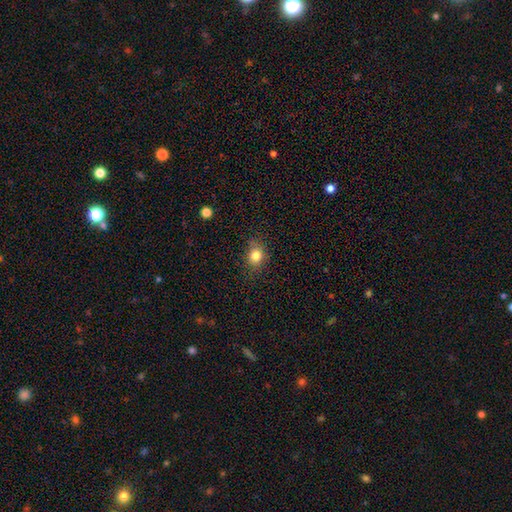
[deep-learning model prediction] Morphology: type=smooth (81%); roundness=round (62%); merging=none (80%).